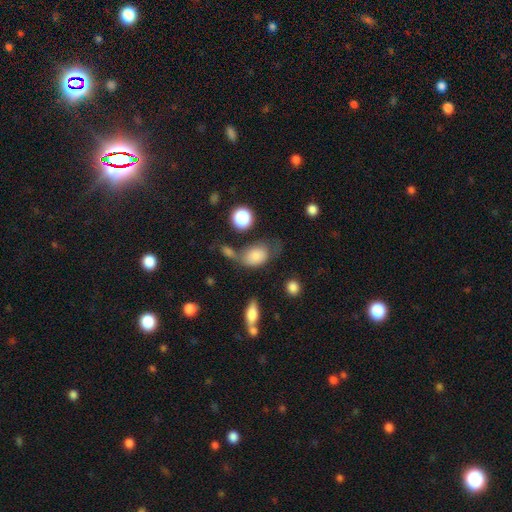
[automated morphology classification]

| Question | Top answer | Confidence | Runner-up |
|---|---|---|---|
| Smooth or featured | smooth | 79% | featured or disk (12%) |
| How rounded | in between | 82% | round (16%) |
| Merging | none | 34% | minor disturbance (26%) |